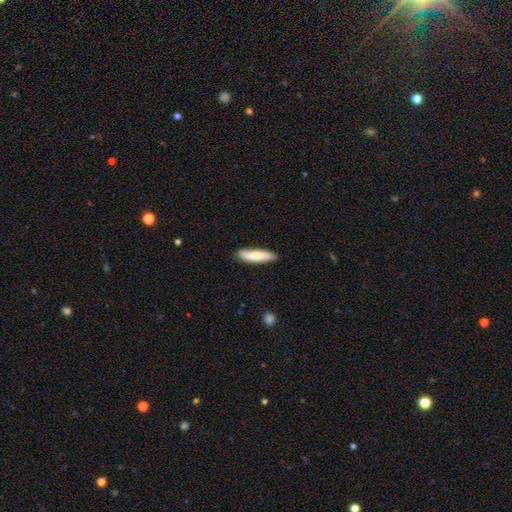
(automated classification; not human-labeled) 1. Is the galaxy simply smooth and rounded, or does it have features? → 78% smooth, 17% featured or disk, 5% star or artifact.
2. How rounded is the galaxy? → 77% cigar-shaped, 22% in between, 1% round.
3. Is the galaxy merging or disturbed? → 86% none, 11% minor disturbance, 2% major disturbance, 1% merger.